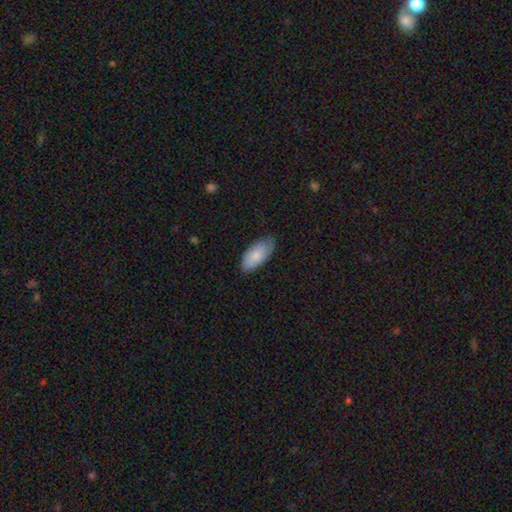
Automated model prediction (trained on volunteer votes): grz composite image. It shows a smooth galaxy with no disk features (79%) that is in between round and cigar-shaped (93%). Merging: none (74%).